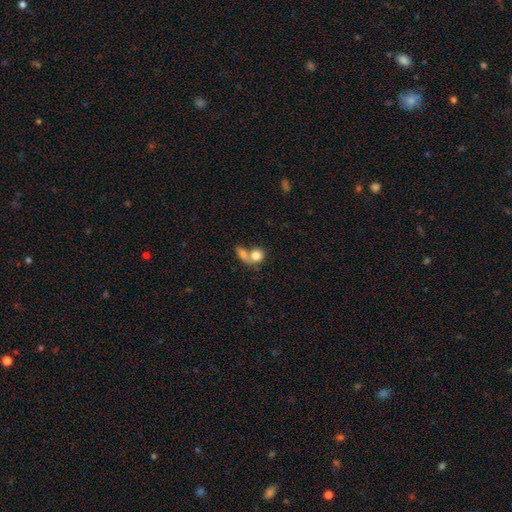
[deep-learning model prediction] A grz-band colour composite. It shows a smooth galaxy with no disk features (80%) that is round (68%). Merging: merger (62%).